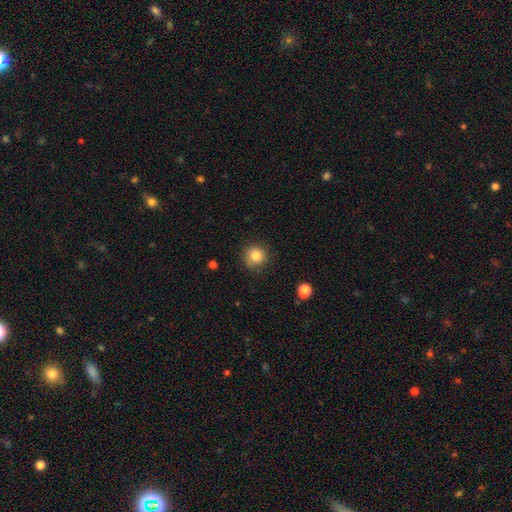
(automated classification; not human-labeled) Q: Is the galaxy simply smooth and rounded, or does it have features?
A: smooth — 83%.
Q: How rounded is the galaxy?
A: round — 92%.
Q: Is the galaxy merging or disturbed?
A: none — 83%.